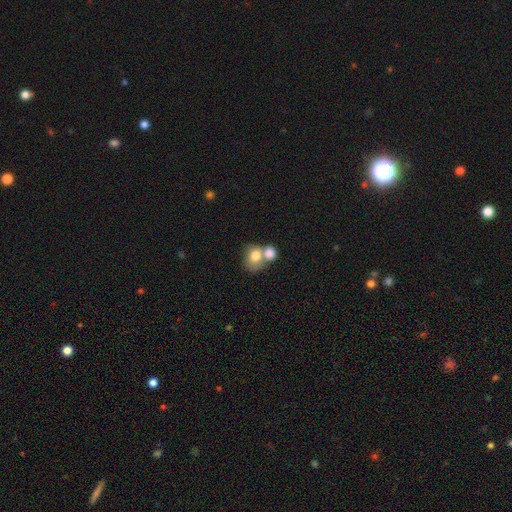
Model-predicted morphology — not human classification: A smooth galaxy with no disk features (77%) that is round (58%). Merging: merger (63%).